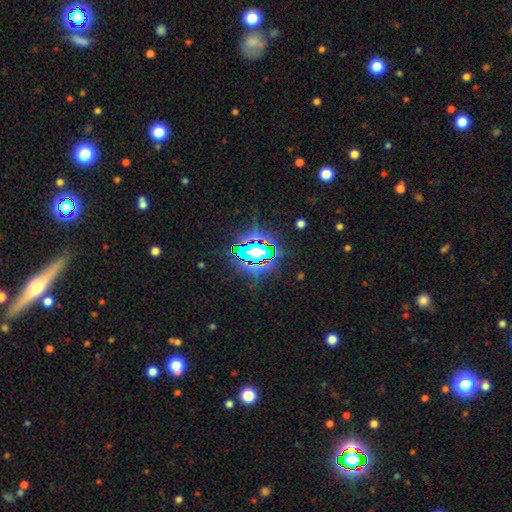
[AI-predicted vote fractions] This is likely a star or artifact rather than a galaxy (78%).